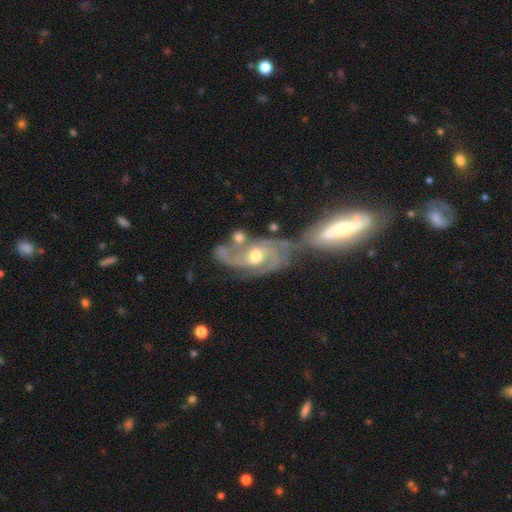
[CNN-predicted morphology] smooth_or_featured: featured or disk (p=0.87) [alt: smooth p=0.08]
disk_edge_on: no (p=0.95) [alt: yes p=0.05]
bar: no (p=0.56) [alt: weak p=0.34]
has_spiral_arms: yes (p=0.95) [alt: no p=0.05]
spiral_winding: medium (p=0.48) [alt: tight p=0.34]
spiral_arm_count: 2 (p=0.55) [alt: 3 p=0.18]
bulge_size: moderate (p=0.72) [alt: small p=0.18]
merging: merger (p=0.52) [alt: none p=0.26]